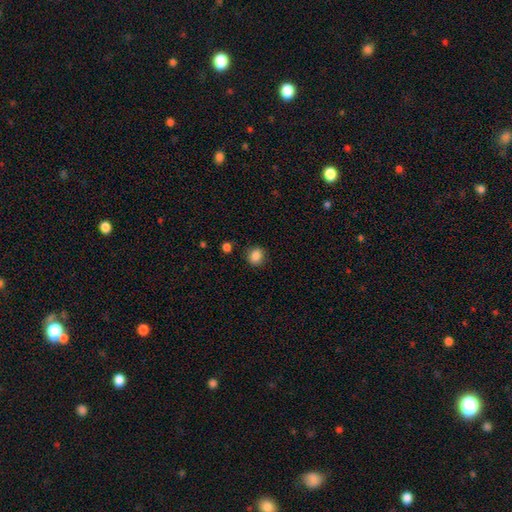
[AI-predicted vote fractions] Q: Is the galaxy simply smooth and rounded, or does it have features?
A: smooth — 86%.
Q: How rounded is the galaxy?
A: round — 75%.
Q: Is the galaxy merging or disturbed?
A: none — 86%.